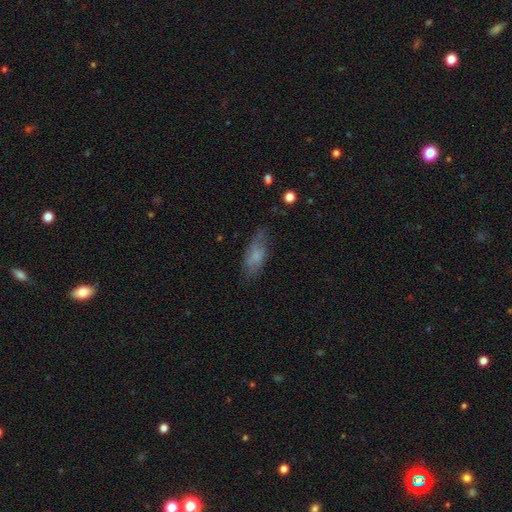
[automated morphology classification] Smooth or featured? smooth (66%)
How rounded? in between (69%)
Merging? none (64%)